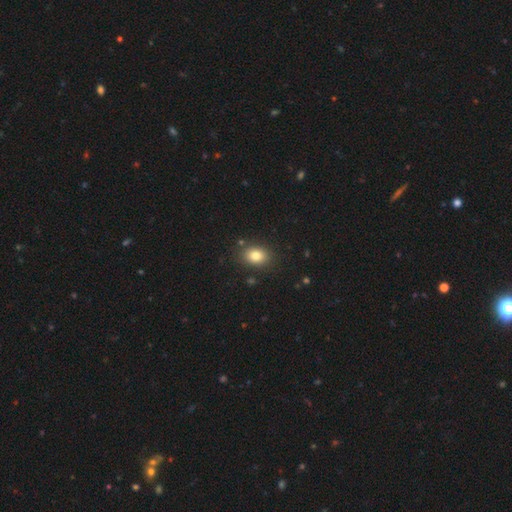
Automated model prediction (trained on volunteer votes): Smooth or featured: smooth — 82% (star or artifact — 10%)
How rounded: in between — 66% (round — 33%)
Merging: none — 85% (minor disturbance — 10%)